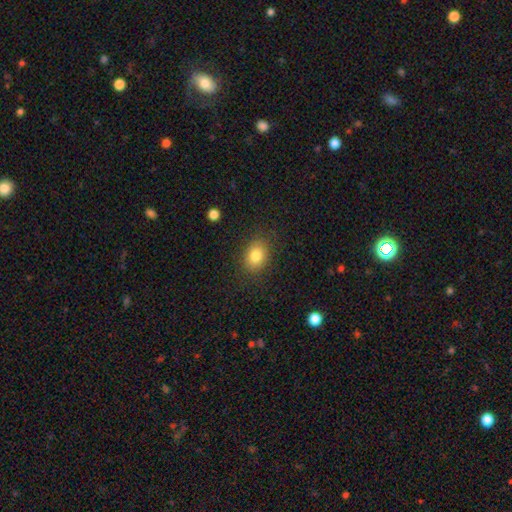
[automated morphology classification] smooth_or_featured: smooth (p=0.82) [alt: star or artifact p=0.09]
how_rounded: in between (p=0.68) [alt: round p=0.31]
merging: none (p=0.84) [alt: minor disturbance p=0.11]